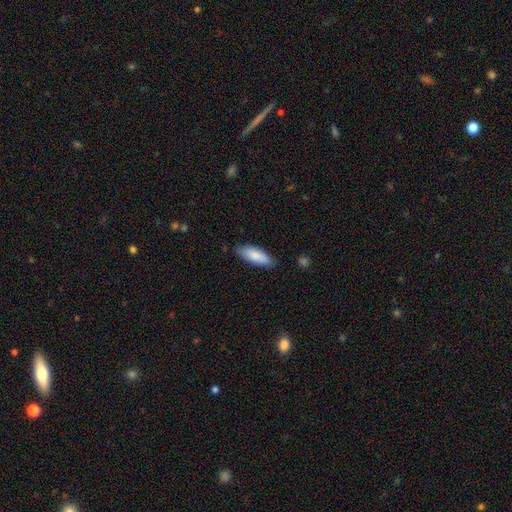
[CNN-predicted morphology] A smooth galaxy with no disk features (84%) that is in between round and cigar-shaped (66%). Merging: none (81%).